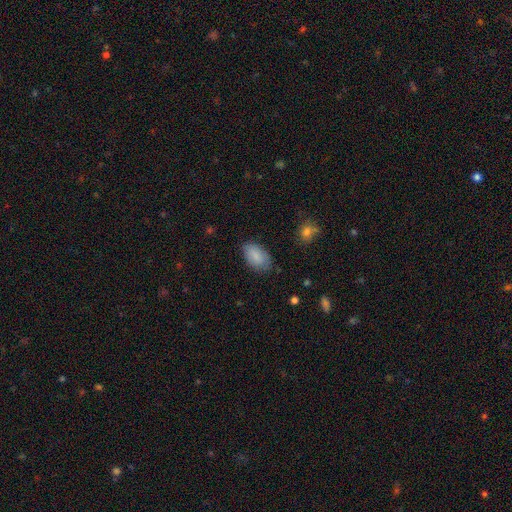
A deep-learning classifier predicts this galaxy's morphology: A smooth galaxy with no disk features (87%) that is in between round and cigar-shaped (94%).

Vote fractions:
- Smooth or featured? smooth: 87% / star or artifact: 6% / featured or disk: 6%
- How rounded? in between: 94% / round: 5% / cigar-shaped: 2%
- Merging? none: 78% / minor disturbance: 17% / major disturbance: 4% / merger: 1%